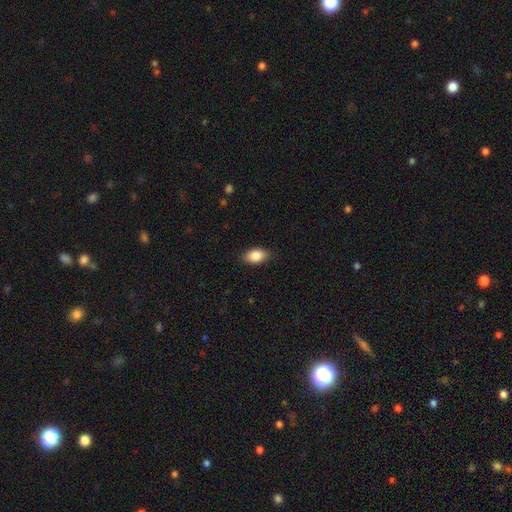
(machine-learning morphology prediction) smooth_or_featured: smooth (p=0.86) [alt: star or artifact p=0.07]
how_rounded: in between (p=0.91) [alt: round p=0.07]
merging: none (p=0.87) [alt: minor disturbance p=0.10]